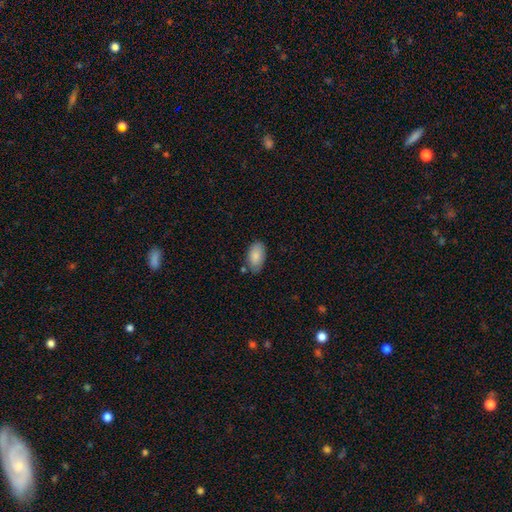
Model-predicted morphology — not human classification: Overall: smooth (87%). How rounded: in between (94%). Merging: none (72%).